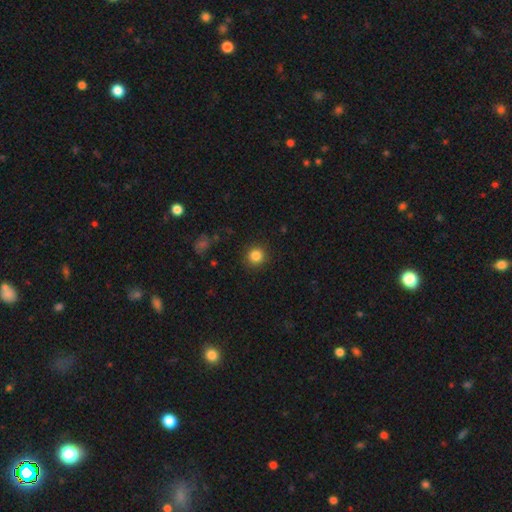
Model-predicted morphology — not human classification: smooth-or-featured: smooth: 84% | star or artifact: 11% | featured or disk: 4%
  how-rounded: round: 93% | in between: 6% | cigar-shaped: 1%
  merging: none: 90% | minor disturbance: 7% | major disturbance: 2% | merger: 1%